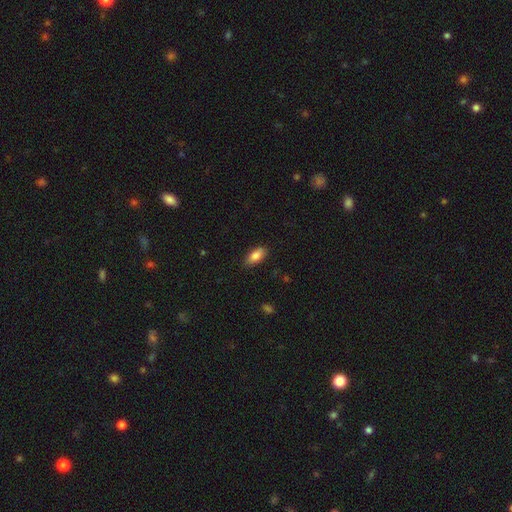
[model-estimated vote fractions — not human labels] A smooth galaxy with no disk features (83%) that is in between round and cigar-shaped (87%).

Vote fractions:
- Smooth or featured? smooth: 83% / featured or disk: 10% / star or artifact: 7%
- How rounded? in between: 87% / cigar-shaped: 10% / round: 3%
- Merging? none: 83% / minor disturbance: 13% / major disturbance: 2% / merger: 1%